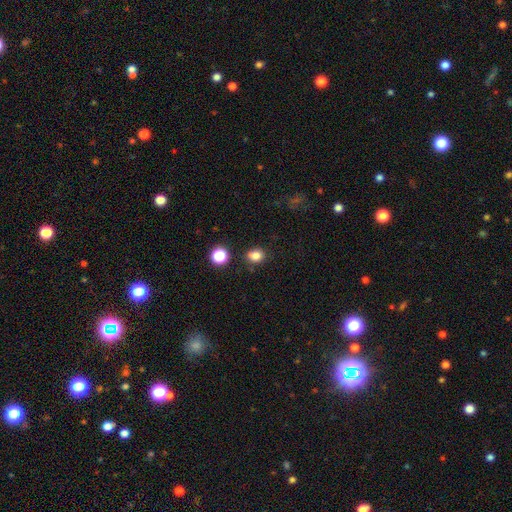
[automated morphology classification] A smooth galaxy with no disk features (82%) that is round (55%).

Vote fractions:
- Smooth or featured? smooth: 82% / star or artifact: 13% / featured or disk: 5%
- How rounded? round: 55% / in between: 44% / cigar-shaped: 1%
- Merging? none: 78% / minor disturbance: 14% / merger: 5% / major disturbance: 3%